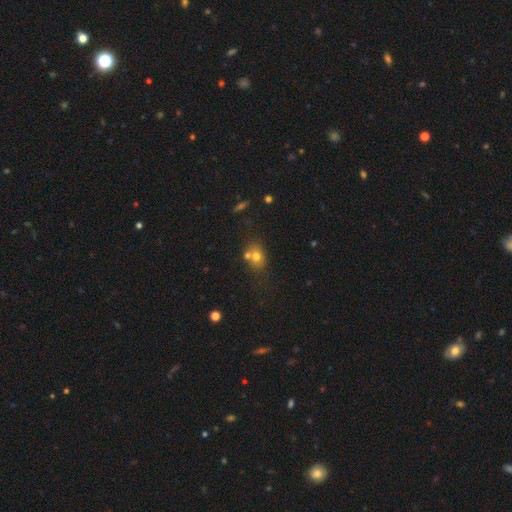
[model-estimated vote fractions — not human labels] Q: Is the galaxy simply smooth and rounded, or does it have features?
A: smooth — 70%.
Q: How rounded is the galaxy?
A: in between — 53%.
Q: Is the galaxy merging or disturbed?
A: none — 50%.